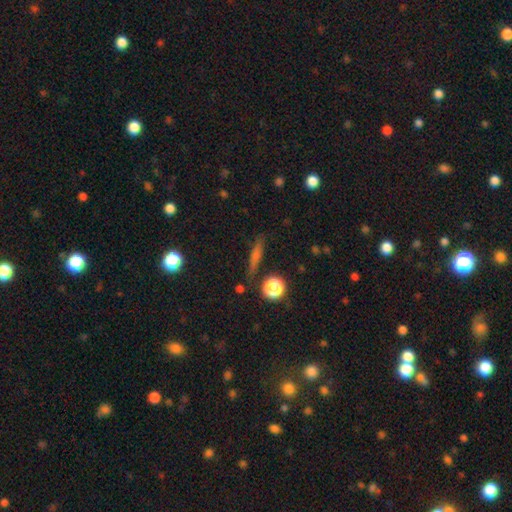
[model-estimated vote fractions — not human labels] smooth 50%, featured or disk 35%, star or artifact 15%. Down the decision tree: merging — none (85%).